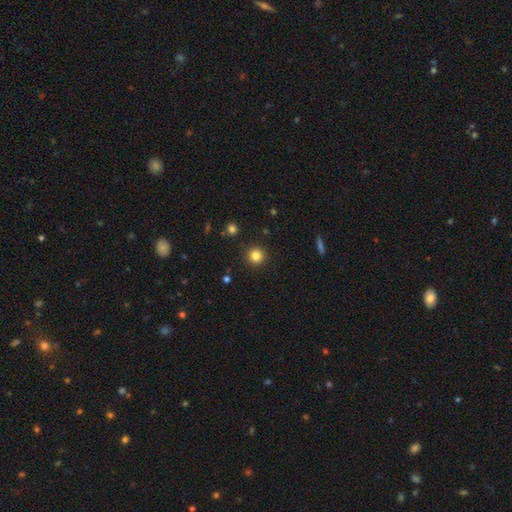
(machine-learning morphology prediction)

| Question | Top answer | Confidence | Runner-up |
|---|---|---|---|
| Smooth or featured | smooth | 82% | star or artifact (13%) |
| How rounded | round | 95% | in between (4%) |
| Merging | none | 92% | minor disturbance (5%) |